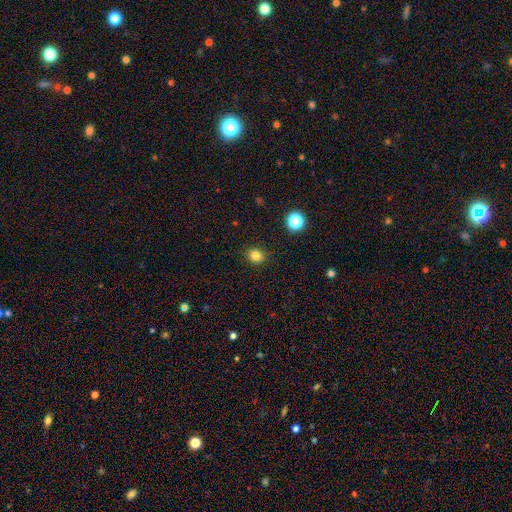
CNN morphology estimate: This appears to be a smooth galaxy with no disk features (81%) that is round (72%). Merging: none (89%).